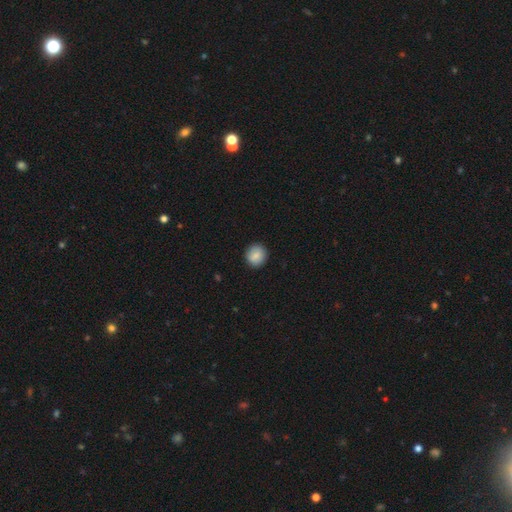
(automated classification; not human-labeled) Q: Smooth or featured?
A: smooth (84%); runner-up: featured or disk (8%)
Q: How rounded?
A: round (88%); runner-up: in between (11%)
Q: Merging?
A: none (89%); runner-up: minor disturbance (8%)